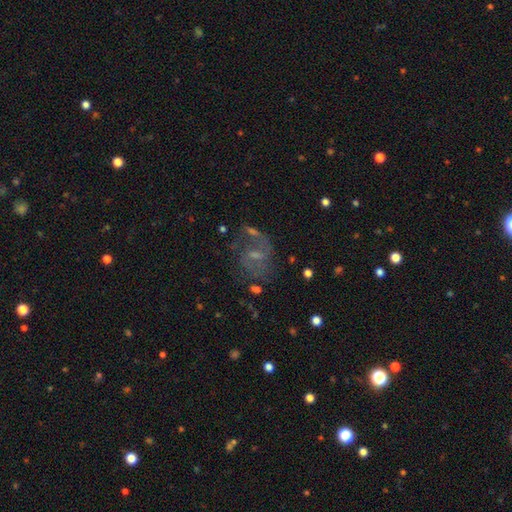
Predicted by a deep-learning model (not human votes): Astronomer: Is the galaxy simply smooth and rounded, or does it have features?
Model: featured or disk — 66%.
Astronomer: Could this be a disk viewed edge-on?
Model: no — 97%.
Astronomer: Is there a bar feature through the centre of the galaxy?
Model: weak — 51% (runner-up: no, 36%).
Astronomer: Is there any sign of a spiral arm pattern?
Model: yes — 78%.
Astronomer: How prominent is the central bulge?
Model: small — 53%.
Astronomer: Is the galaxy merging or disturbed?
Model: none — 53%.